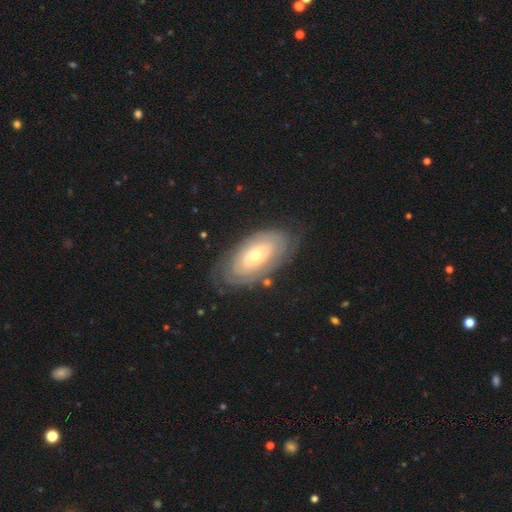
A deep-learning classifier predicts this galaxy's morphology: smooth_or_featured: featured or disk (p=0.67) [alt: smooth p=0.27]
disk_edge_on: no (p=0.92) [alt: yes p=0.08]
bar: no (p=0.84) [alt: weak p=0.12]
has_spiral_arms: yes (p=0.66) [alt: no p=0.34]
bulge_size: small (p=0.58) [alt: moderate p=0.36]
merging: none (p=0.75) [alt: minor disturbance p=0.16]